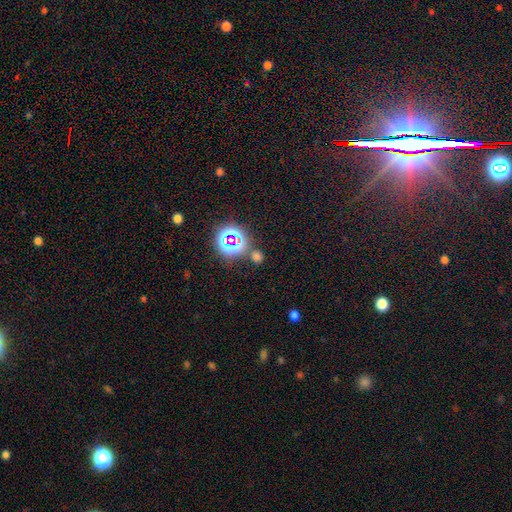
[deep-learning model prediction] Smooth or featured?
  - star or artifact: 48% *
  - smooth: 45%
  - featured or disk: 7%